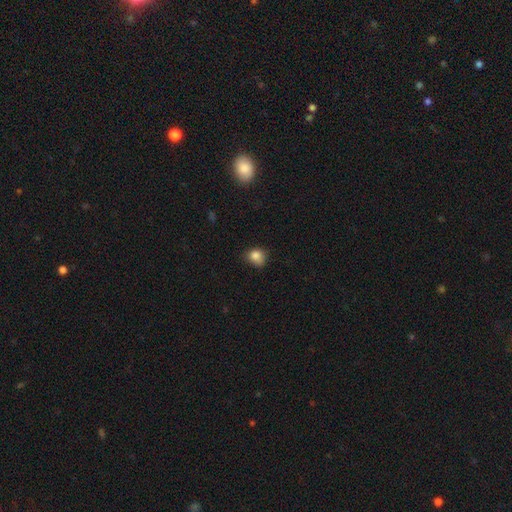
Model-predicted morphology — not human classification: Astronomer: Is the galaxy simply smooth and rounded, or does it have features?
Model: smooth — 82%.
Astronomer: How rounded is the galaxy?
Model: round — 67%.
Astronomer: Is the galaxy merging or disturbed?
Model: none — 57% (runner-up: minor disturbance, 33%).